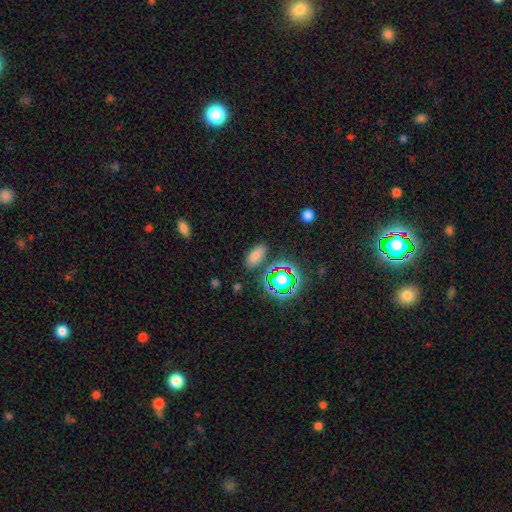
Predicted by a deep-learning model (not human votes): This is likely a smooth galaxy (68%). How rounded: clearly in between (86%). Merging: clearly none (83%).